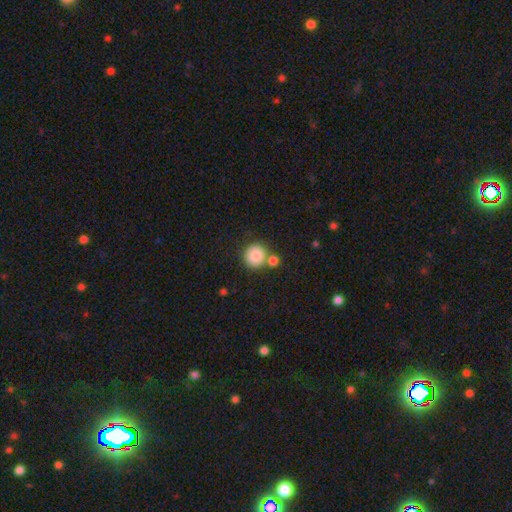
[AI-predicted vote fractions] Smooth or featured? Predicted: smooth (p=0.85). How rounded? Predicted: round (p=0.92). Merging? Predicted: none (p=0.67).